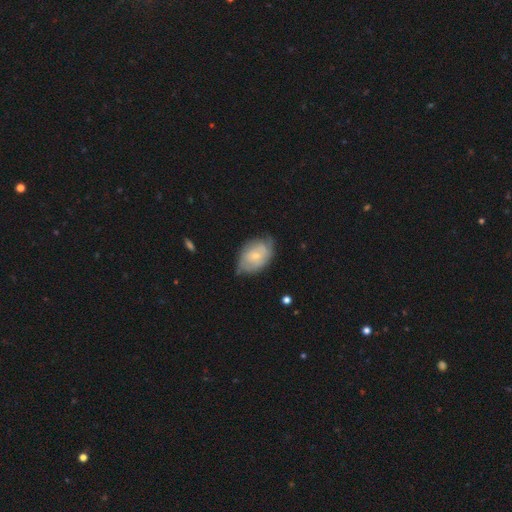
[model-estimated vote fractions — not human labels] Overall: featured or disk (47%; smooth 46%). Merging: none (60%; minor disturbance 30%).